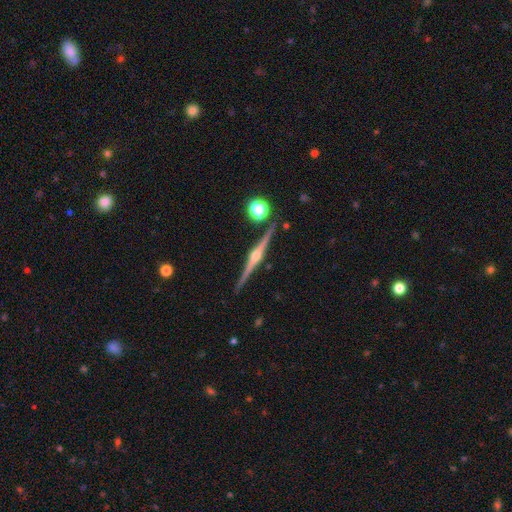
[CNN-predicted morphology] Smooth or featured?
  - featured or disk: 89% *
  - smooth: 5%
  - star or artifact: 5%
Edge-on disk?
  - yes: 99% *
  - no: 1%
Edge-on bulge?
  - rounded: 94% *
  - boxy: 4%
  - none: 2%
Merging?
  - none: 91% *
  - minor disturbance: 6%
  - merger: 2%
  - major disturbance: 1%